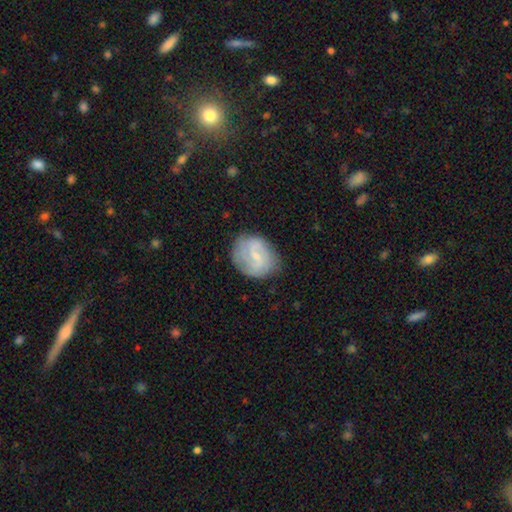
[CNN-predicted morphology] This appears to be a featured or disk galaxy (63%) with a weak bar (58%), 2 (58%) medium (42%) spiral arms (84%) and a small central bulge (67%). Merging: none (71%).